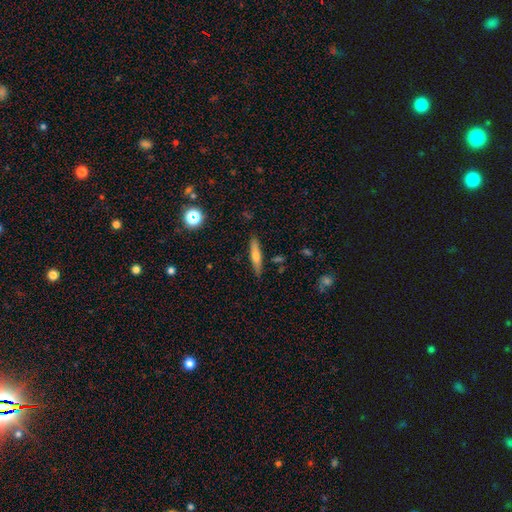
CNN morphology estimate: This is possibly a smooth galaxy (58%). How rounded: clearly cigar-shaped (84%). Merging: clearly none (86%).